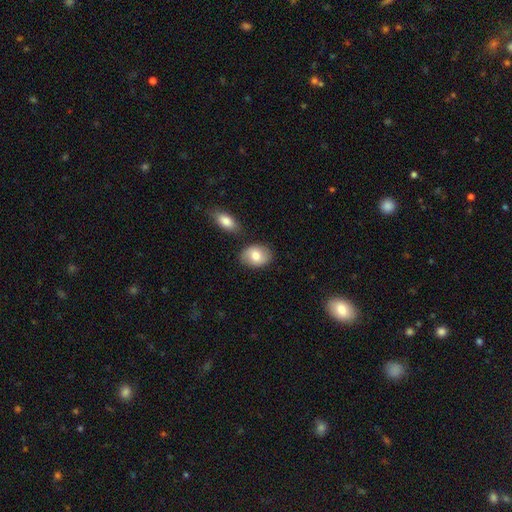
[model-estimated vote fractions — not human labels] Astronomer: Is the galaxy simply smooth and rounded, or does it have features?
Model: smooth — 79%.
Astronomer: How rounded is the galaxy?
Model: in between — 71%.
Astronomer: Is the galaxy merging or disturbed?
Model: none — 80%.